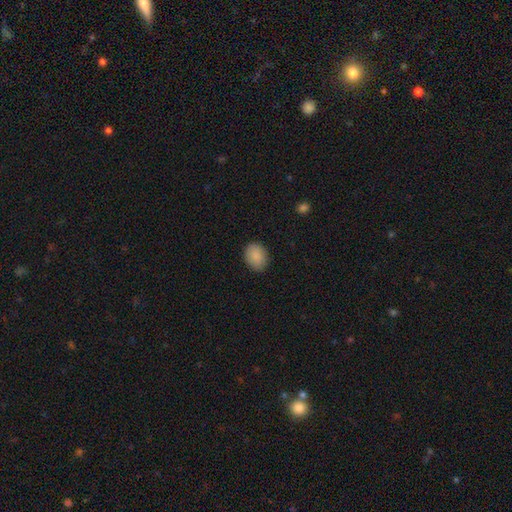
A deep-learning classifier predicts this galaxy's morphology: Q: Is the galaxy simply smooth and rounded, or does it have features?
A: smooth — 89%.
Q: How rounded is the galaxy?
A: in between — 56%.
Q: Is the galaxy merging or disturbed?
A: none — 85%.